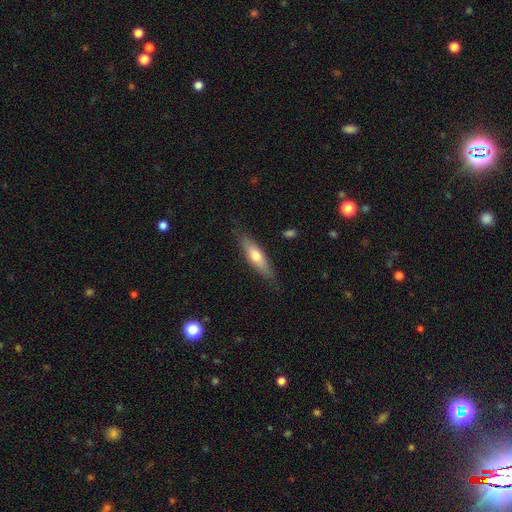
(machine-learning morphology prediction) This is possibly a smooth galaxy (58%). How rounded: likely cigar-shaped (63%). Merging: clearly none (80%).